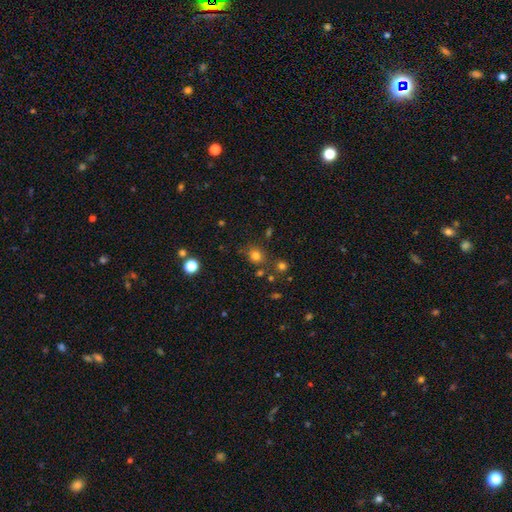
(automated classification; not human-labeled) Smooth or featured: smooth — 75% (star or artifact — 18%)
How rounded: round — 77% (in between — 22%)
Merging: none — 75% (minor disturbance — 13%)